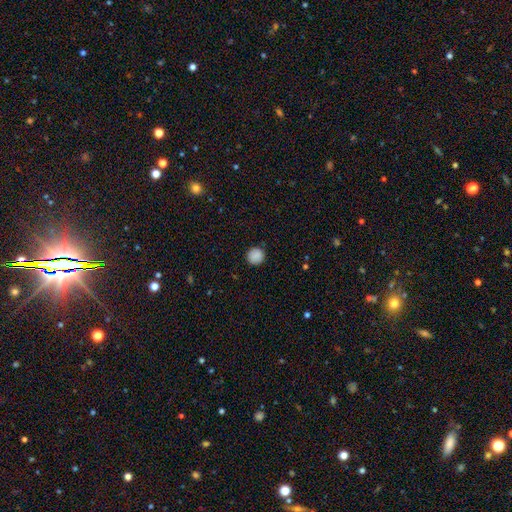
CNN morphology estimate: Q: Smooth or featured?
A: smooth (88%); runner-up: star or artifact (9%)
Q: How rounded?
A: round (94%); runner-up: in between (5%)
Q: Merging?
A: none (89%); runner-up: minor disturbance (8%)